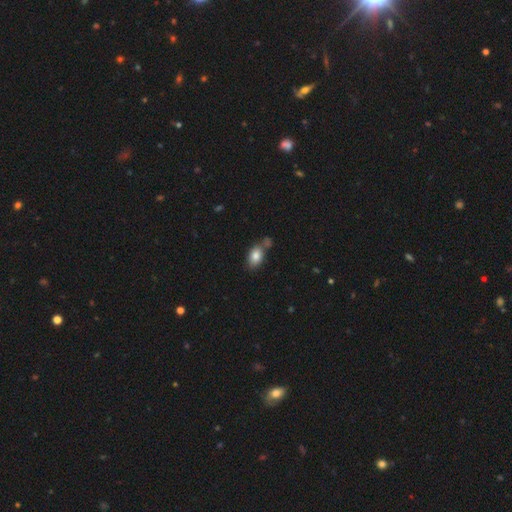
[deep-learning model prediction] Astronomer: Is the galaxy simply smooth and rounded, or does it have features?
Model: smooth — 82%.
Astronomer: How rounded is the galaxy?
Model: in between — 86%.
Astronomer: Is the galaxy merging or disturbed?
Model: none — 57%.